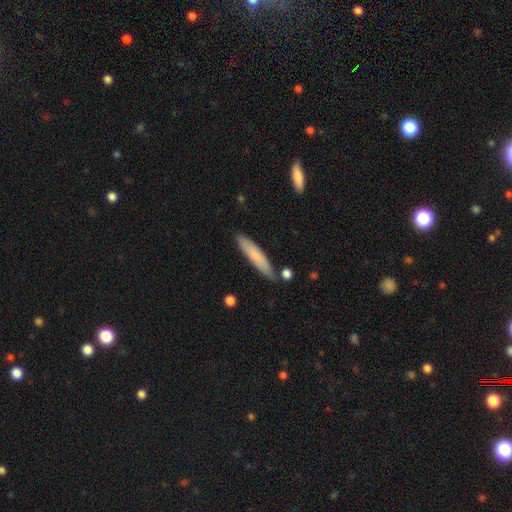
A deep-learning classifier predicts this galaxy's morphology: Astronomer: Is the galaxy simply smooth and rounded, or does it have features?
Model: smooth — 77%.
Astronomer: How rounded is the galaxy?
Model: cigar-shaped — 87%.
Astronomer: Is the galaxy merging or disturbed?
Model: none — 81%.